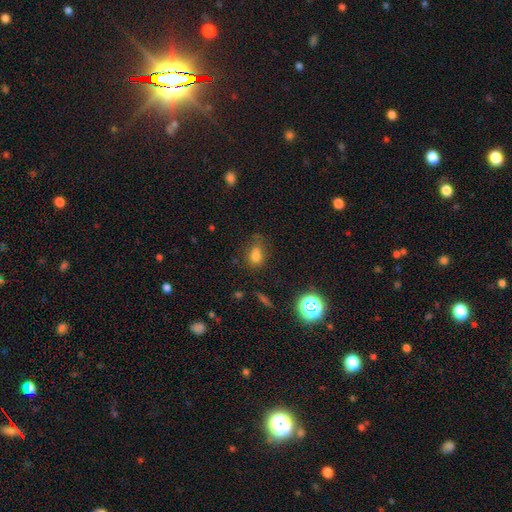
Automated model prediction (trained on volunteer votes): A smooth galaxy with no disk features (72%) that is in between round and cigar-shaped (65%). Merging: none (55%).